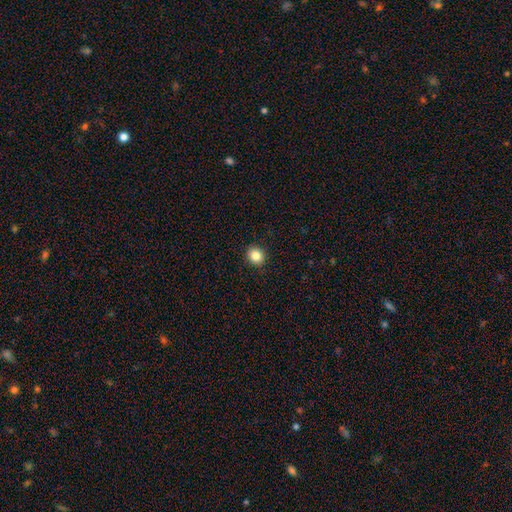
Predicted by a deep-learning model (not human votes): Morphology: type=smooth (85%); roundness=round (77%); merging=none (92%).